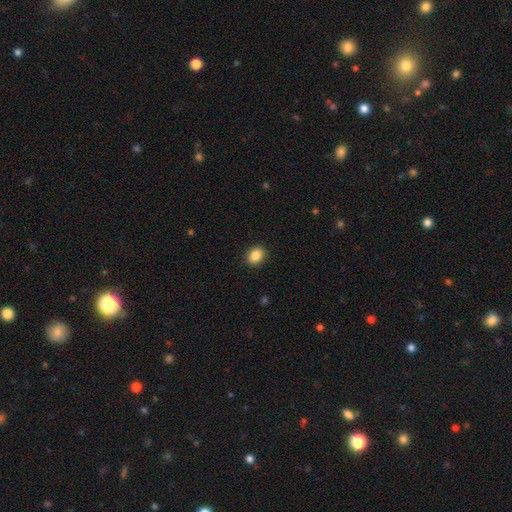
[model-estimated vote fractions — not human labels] Smooth or featured? smooth (87%)
How rounded? in between (53%)
Merging? none (91%)